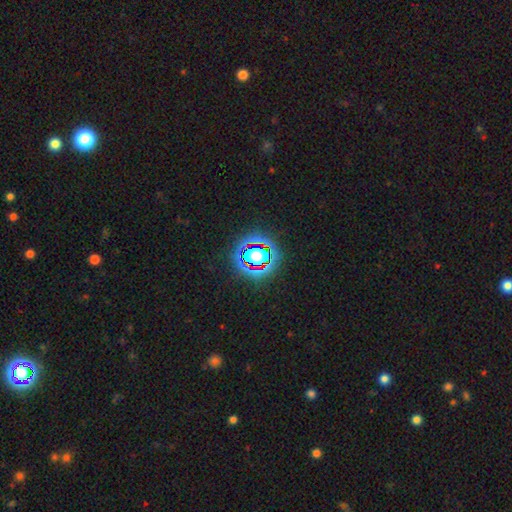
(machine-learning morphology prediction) This is likely a star or artifact rather than a galaxy (61%).